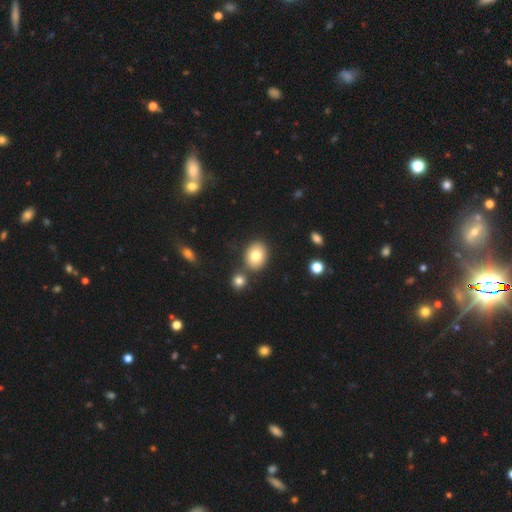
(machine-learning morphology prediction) smooth 79%, featured or disk 11%, star or artifact 9%. Down the decision tree: how rounded — in between (59%); merging — none (74%).